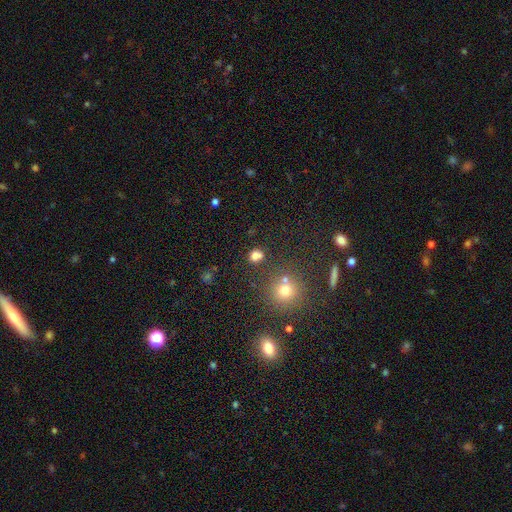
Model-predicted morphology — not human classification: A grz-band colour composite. It shows a smooth galaxy with no disk features (76%) that is round (57%). Merging: none (70%).